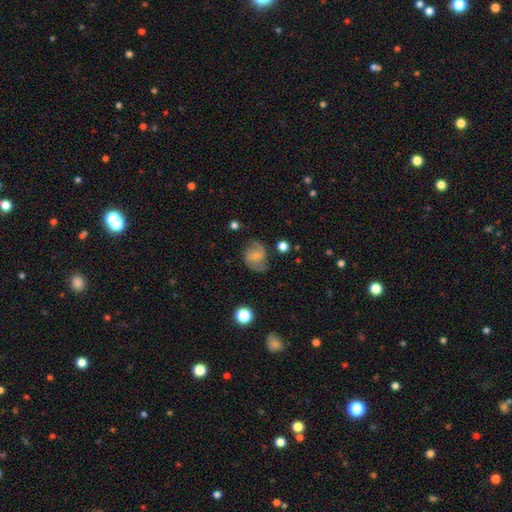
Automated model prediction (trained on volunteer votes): Overall: featured or disk (69%). Edge-on disk: no (98%). Bar: no (61%; weak 32%). Spiral arms: yes (93%). Spiral arm count: 2 (87%). Spiral winding: medium (48%; loose 31%). Bulge size: small (62%; moderate 29%). Merging: none (68%).